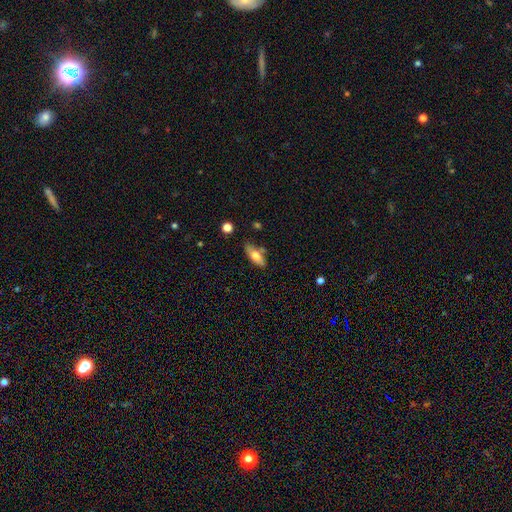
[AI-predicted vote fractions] smooth-or-featured: smooth: 69% | featured or disk: 24% | star or artifact: 7%
  how-rounded: in between: 73% | cigar-shaped: 24% | round: 3%
  merging: none: 71% | minor disturbance: 17% | merger: 8% | major disturbance: 4%